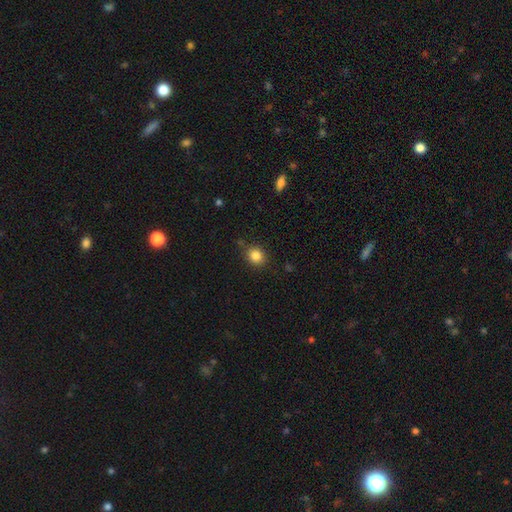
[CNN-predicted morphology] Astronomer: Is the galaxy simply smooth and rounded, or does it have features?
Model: smooth — 84%.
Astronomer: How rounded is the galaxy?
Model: round — 77%.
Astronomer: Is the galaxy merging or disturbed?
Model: none — 82%.